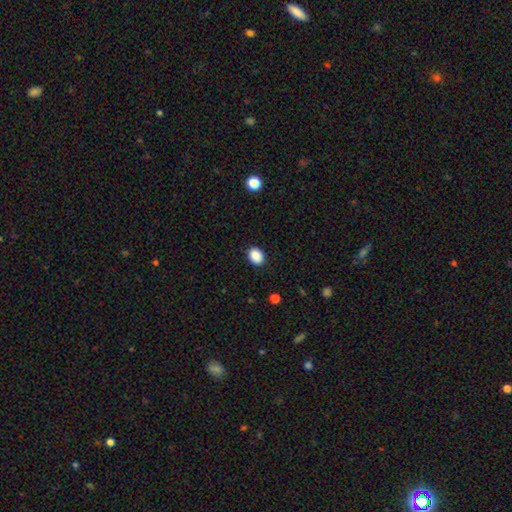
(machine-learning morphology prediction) A smooth galaxy with no disk features (88%) that is in between round and cigar-shaped (57%).

Vote fractions:
- Smooth or featured? smooth: 88% / star or artifact: 9% / featured or disk: 3%
- How rounded? in between: 57% / round: 42% / cigar-shaped: 1%
- Merging? none: 87% / minor disturbance: 9% / major disturbance: 2% / merger: 1%